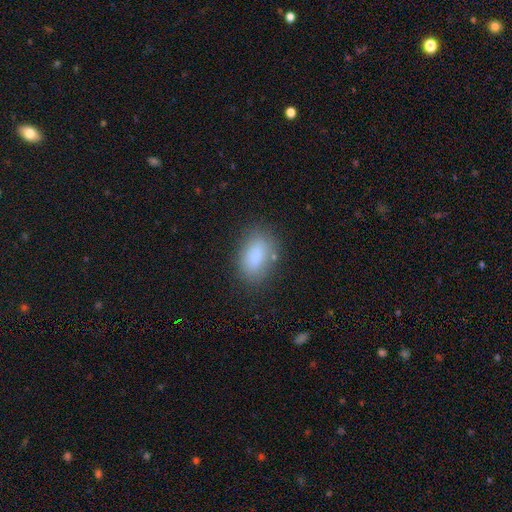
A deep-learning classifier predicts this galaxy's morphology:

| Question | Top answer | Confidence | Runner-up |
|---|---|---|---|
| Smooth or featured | smooth | 84% | star or artifact (8%) |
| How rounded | in between | 90% | round (8%) |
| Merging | none | 77% | minor disturbance (15%) |